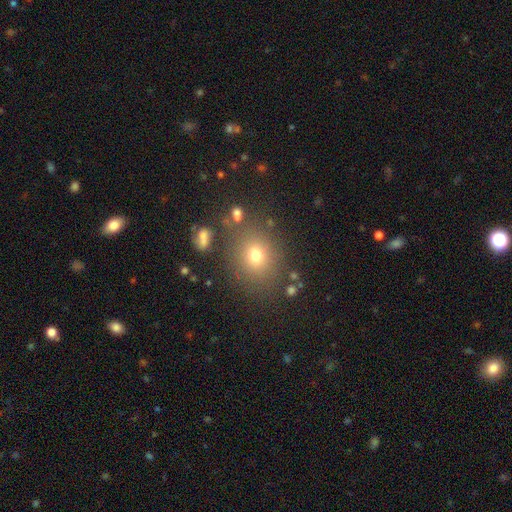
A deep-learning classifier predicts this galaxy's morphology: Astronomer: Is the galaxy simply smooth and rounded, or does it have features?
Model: smooth — 72%.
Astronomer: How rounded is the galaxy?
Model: round — 70%.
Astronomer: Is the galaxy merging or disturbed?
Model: none — 80%.